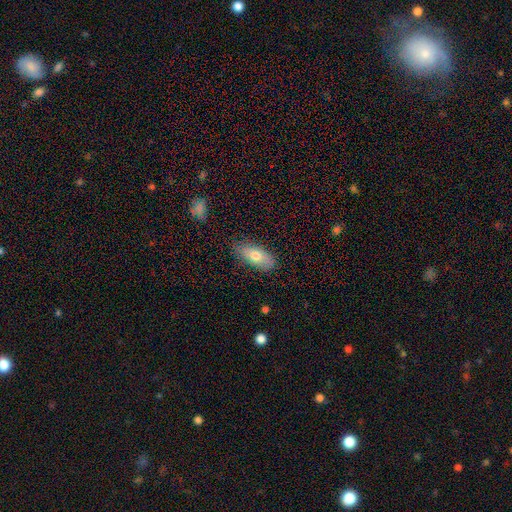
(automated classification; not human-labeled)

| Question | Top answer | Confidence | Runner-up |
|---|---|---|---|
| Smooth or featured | smooth | 71% | featured or disk (23%) |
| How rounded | in between | 85% | cigar-shaped (12%) |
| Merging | none | 81% | minor disturbance (15%) |